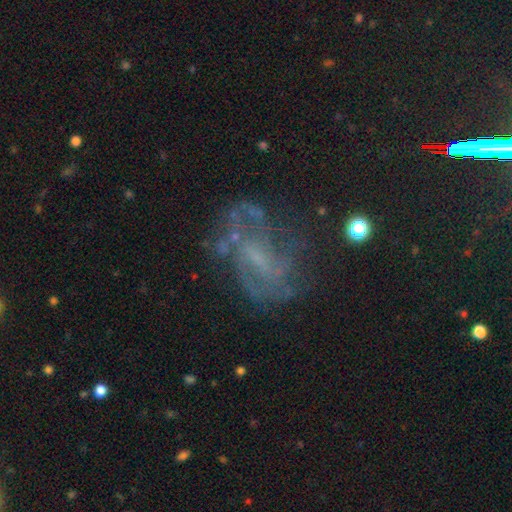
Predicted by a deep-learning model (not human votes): Smooth or featured? featured or disk (66%)
Edge-on disk? no (96%)
Bar? no (46%)
Spiral arms? yes (71%)
Bulge size? small (43%)
Merging? none (53%)